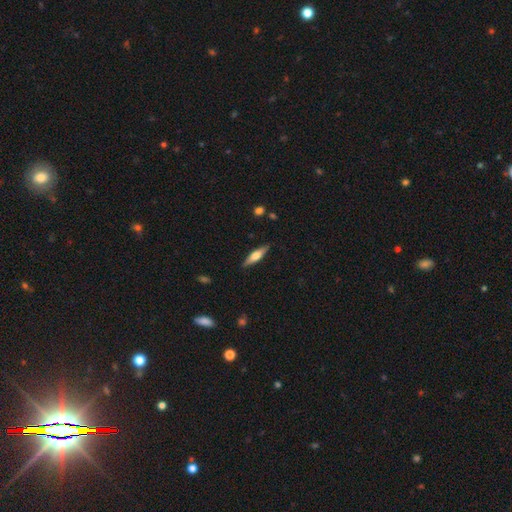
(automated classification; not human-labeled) This appears to be a featured or disk galaxy (53%) viewed edge-on (95%). Merging: none (88%).